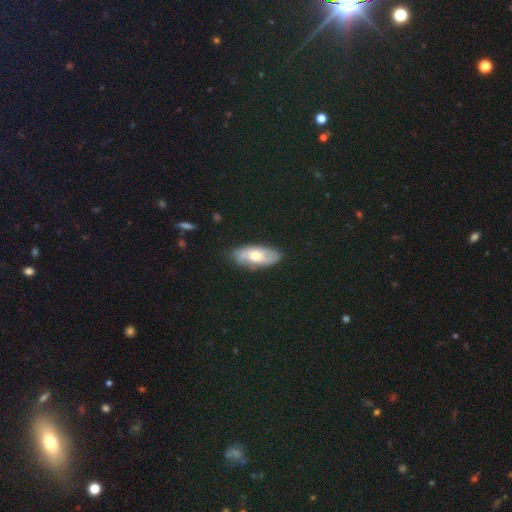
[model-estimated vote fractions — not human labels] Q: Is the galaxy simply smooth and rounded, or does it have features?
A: featured or disk — 55%.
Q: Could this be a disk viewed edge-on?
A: no — 87%.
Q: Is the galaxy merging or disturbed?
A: none — 75%.